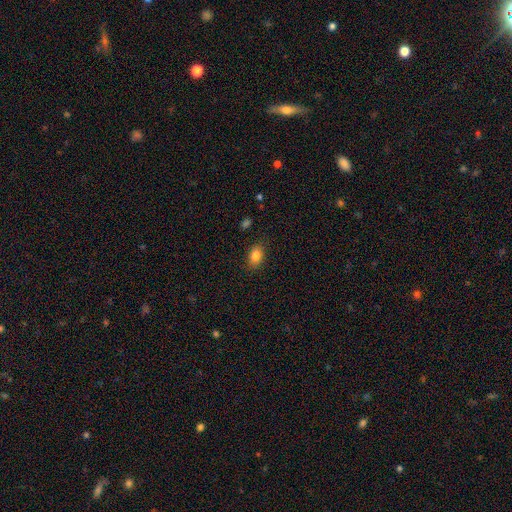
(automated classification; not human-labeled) smooth 83%, star or artifact 9%, featured or disk 8%. Down the decision tree: how rounded — in between (83%); merging — none (85%).